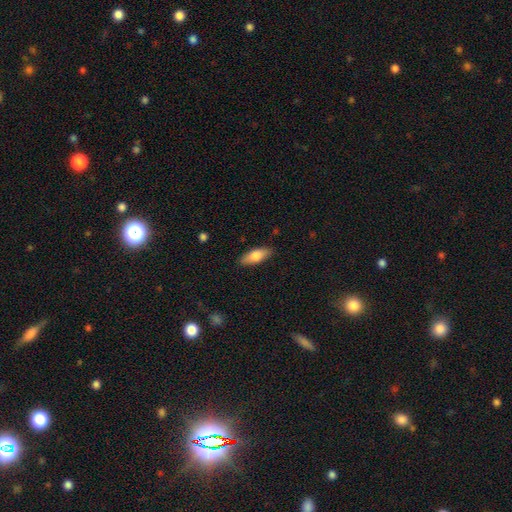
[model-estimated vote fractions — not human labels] The model was most divided on "how rounded": in between: 76%, cigar-shaped: 22%, round: 2%. More confident: merging — none (87%); smooth or featured — smooth (78%).